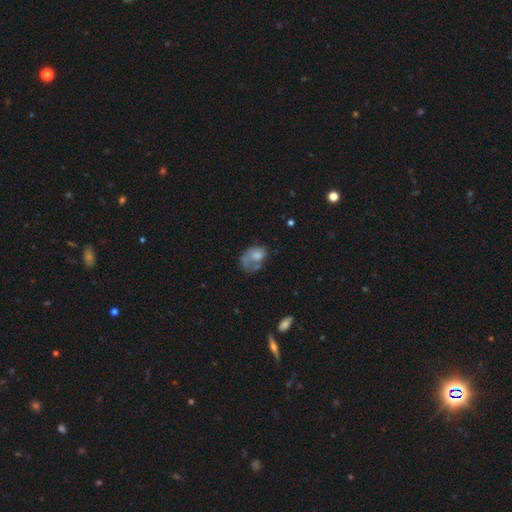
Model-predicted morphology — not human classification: Overall: smooth (57%; featured or disk 34%). How rounded: in between (79%). Merging: major disturbance (40%; none 27%).